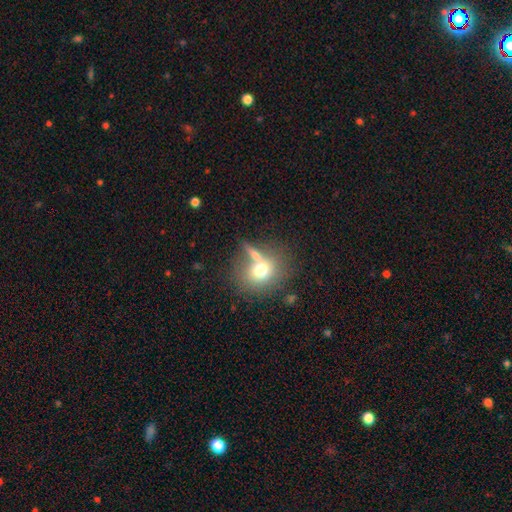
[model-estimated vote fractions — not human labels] smooth-or-featured: smooth: 68% | featured or disk: 21% | star or artifact: 11%
  how-rounded: round: 68% | in between: 29% | cigar-shaped: 3%
  merging: none: 50% | merger: 30% | minor disturbance: 13% | major disturbance: 8%